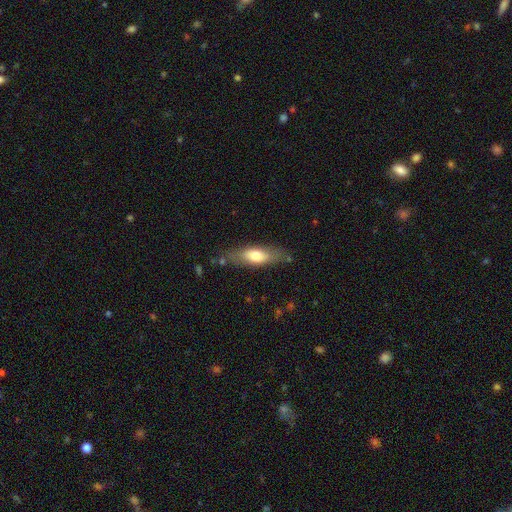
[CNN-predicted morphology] Smooth or featured?
  - smooth: 65% *
  - featured or disk: 29%
  - star or artifact: 6%
How rounded?
  - in between: 58% *
  - cigar-shaped: 39%
  - round: 2%
Merging?
  - none: 77% *
  - minor disturbance: 16%
  - major disturbance: 4%
  - merger: 3%